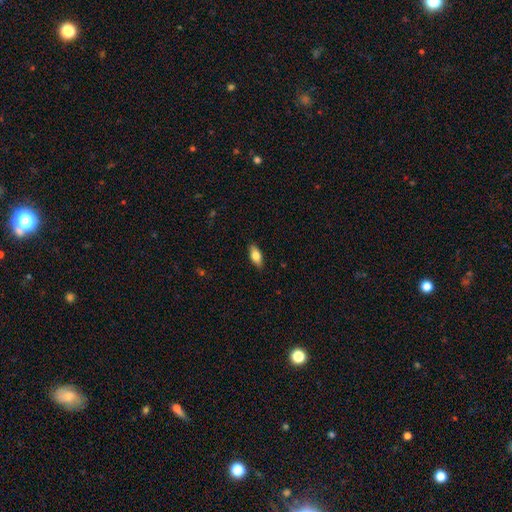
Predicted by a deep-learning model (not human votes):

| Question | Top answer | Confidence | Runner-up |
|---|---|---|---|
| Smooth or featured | smooth | 76% | featured or disk (18%) |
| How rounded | in between | 81% | cigar-shaped (16%) |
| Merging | none | 88% | minor disturbance (9%) |